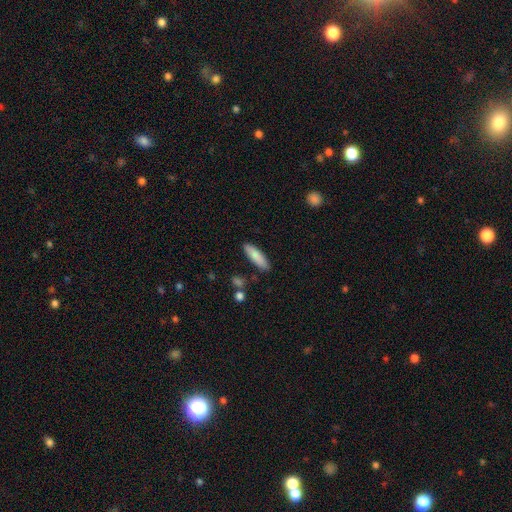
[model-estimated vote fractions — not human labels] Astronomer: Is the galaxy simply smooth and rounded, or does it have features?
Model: smooth — 85%.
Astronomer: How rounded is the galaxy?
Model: cigar-shaped — 60% (runner-up: in between, 38%).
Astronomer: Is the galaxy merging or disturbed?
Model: none — 86%.